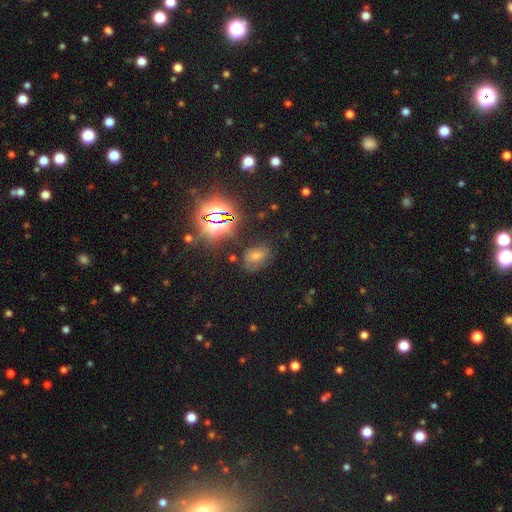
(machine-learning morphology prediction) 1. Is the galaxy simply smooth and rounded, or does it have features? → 44% star or artifact, 35% smooth, 21% featured or disk.